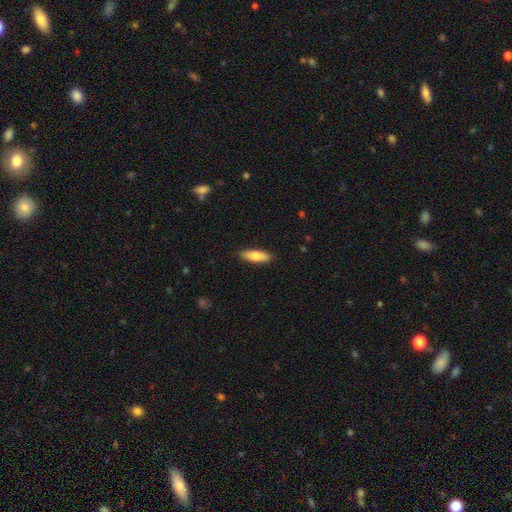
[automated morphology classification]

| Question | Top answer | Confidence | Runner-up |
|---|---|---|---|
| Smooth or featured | smooth | 77% | featured or disk (18%) |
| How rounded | in between | 55% | cigar-shaped (43%) |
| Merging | none | 88% | minor disturbance (9%) |